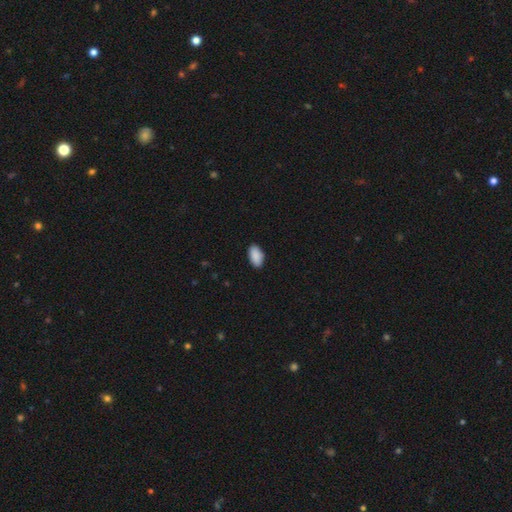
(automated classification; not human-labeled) Morphology: type=smooth (91%); roundness=in between (95%); merging=none (88%).